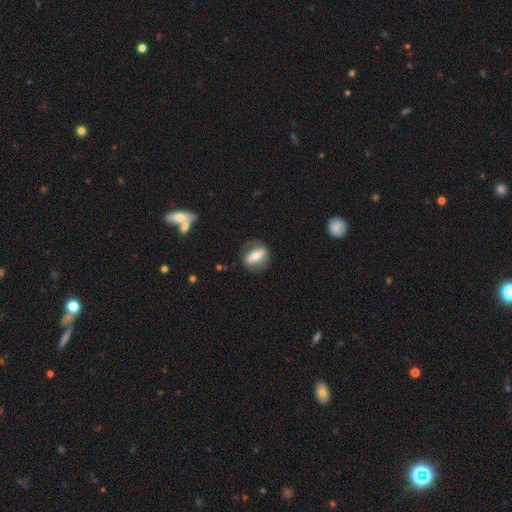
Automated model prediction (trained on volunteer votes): A smooth galaxy with no disk features (47%).

Vote fractions:
- Smooth or featured? smooth: 47% / featured or disk: 46% / star or artifact: 7%
- Merging? none: 78% / minor disturbance: 14% / major disturbance: 6% / merger: 2%